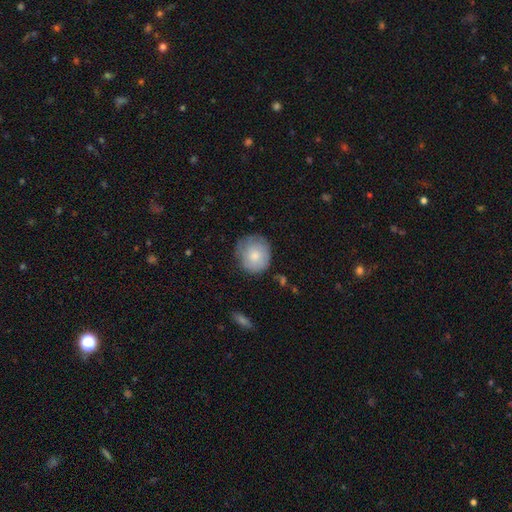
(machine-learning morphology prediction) Smooth or featured? smooth (75%)
How rounded? round (84%)
Merging? none (70%)